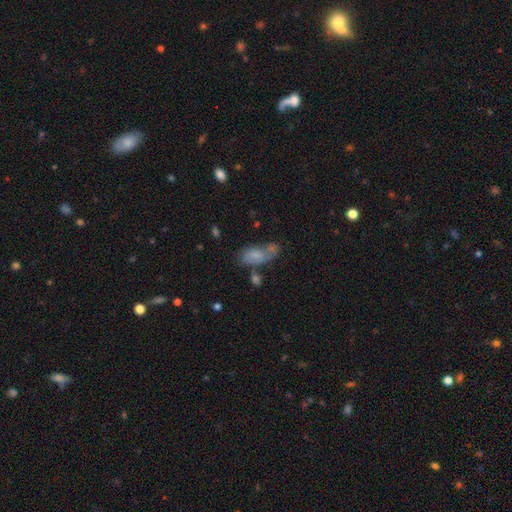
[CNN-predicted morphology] A smooth galaxy with no disk features (71%) that is in between round and cigar-shaped (87%). Merging: none (37%).